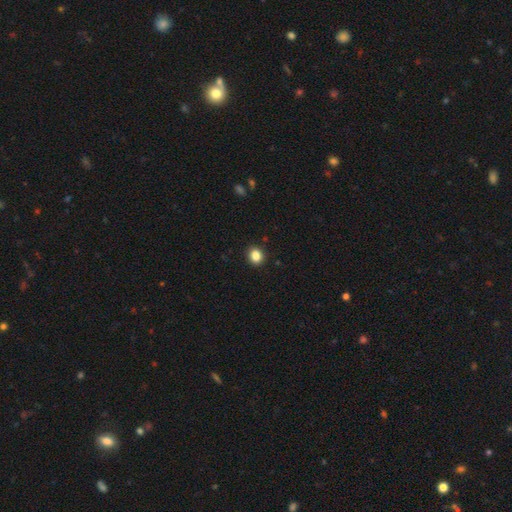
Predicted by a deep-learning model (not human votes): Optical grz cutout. It shows a smooth galaxy with no disk features (85%) that is round (73%). Merging: none (91%).